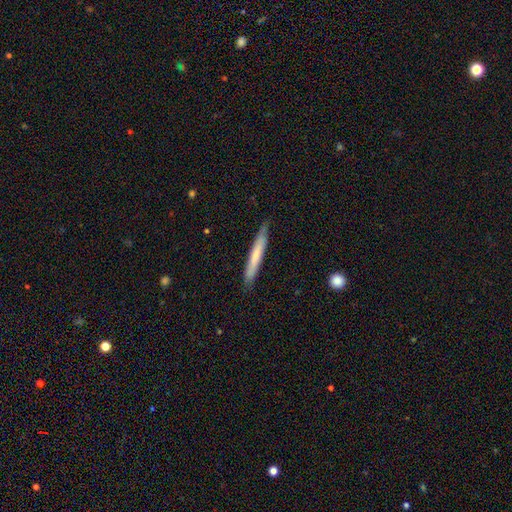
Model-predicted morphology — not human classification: A smooth galaxy with no disk features (64%) that is cigar-shaped (95%). Merging: none (85%).